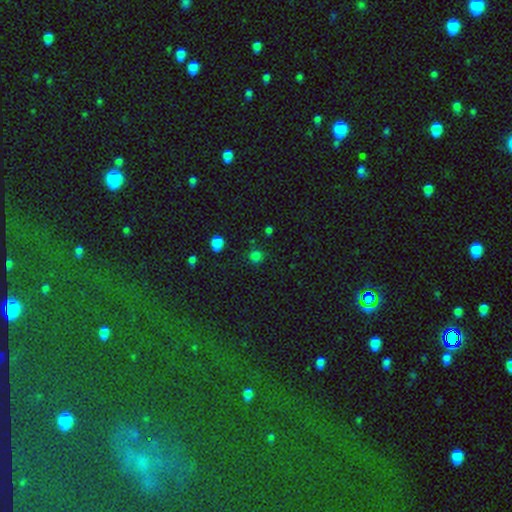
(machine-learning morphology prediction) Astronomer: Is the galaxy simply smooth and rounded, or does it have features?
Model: smooth — 70%.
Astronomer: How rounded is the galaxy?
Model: round — 80%.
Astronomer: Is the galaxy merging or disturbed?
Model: none — 71%.